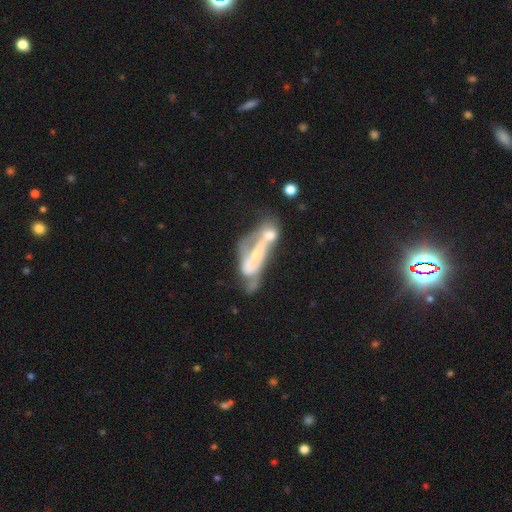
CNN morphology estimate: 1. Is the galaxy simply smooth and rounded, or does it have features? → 66% featured or disk, 24% smooth, 9% star or artifact.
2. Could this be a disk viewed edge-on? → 83% no, 17% yes.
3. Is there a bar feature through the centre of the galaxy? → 56% no, 24% weak, 20% strong.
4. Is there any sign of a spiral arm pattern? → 55% no, 45% yes.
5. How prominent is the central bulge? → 37% small (tied), 37% moderate (tied), 17% none, 7% large, 2% dominant.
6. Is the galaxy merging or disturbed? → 53% merger, 20% major disturbance, 17% none, 11% minor disturbance.